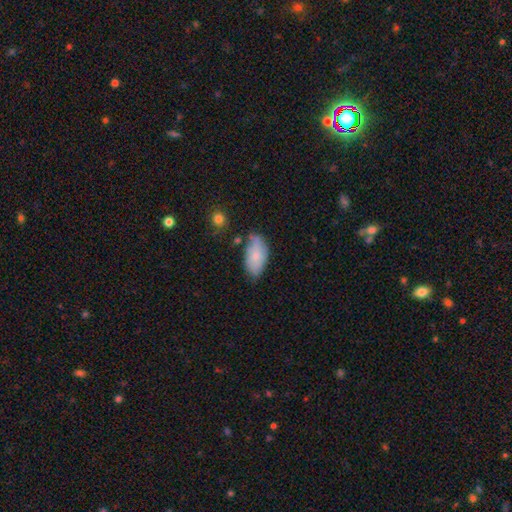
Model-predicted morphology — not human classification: Smooth or featured? Predicted: smooth (p=0.77). How rounded? Predicted: in between (p=0.94). Merging? Predicted: none (p=0.54).